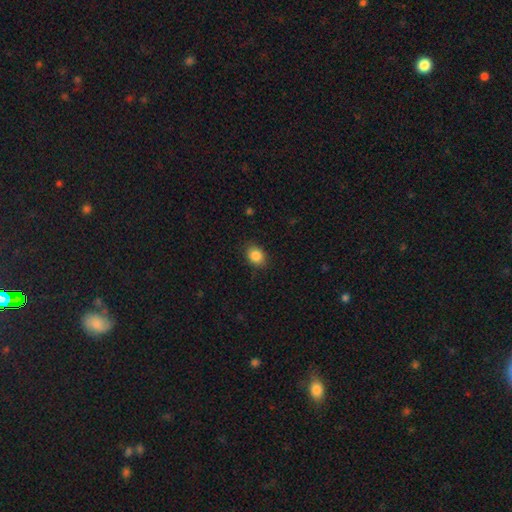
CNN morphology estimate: Q: Smooth or featured?
A: smooth (86%); runner-up: star or artifact (9%)
Q: How rounded?
A: round (50%); runner-up: in between (49%)
Q: Merging?
A: none (87%); runner-up: minor disturbance (10%)